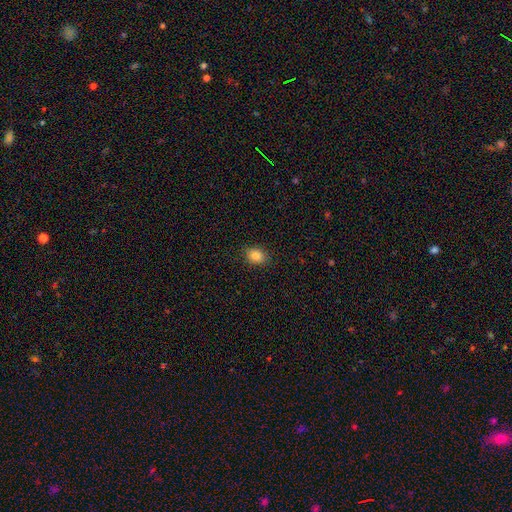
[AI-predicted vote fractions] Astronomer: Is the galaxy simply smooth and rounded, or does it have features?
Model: smooth — 86%.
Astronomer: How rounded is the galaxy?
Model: in between — 59% (runner-up: round, 40%).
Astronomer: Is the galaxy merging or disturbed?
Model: none — 86%.